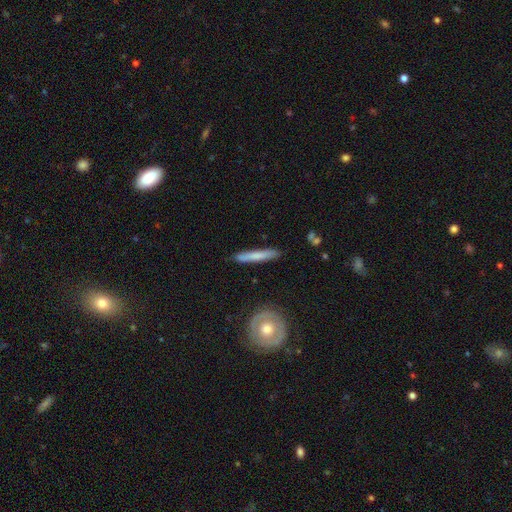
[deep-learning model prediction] smooth-or-featured: smooth: 66% | featured or disk: 29% | star or artifact: 5%
  how-rounded: cigar-shaped: 94% | in between: 4% | round: 2%
  merging: none: 89% | minor disturbance: 8% | major disturbance: 2% | merger: 2%